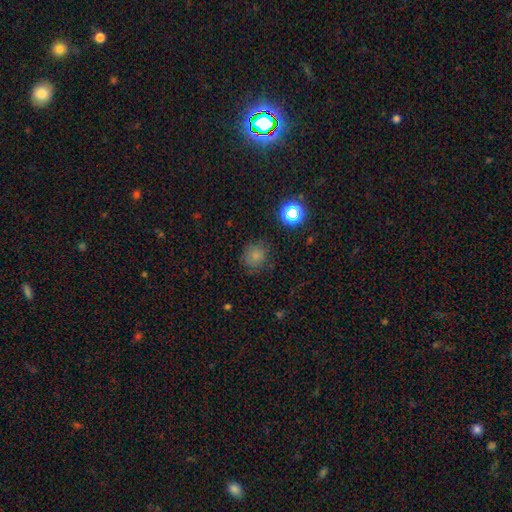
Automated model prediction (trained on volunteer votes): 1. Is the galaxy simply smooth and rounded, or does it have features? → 75% smooth, 18% star or artifact, 6% featured or disk.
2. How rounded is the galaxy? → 83% round, 16% in between, 1% cigar-shaped.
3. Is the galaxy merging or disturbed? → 79% none, 15% minor disturbance, 5% major disturbance, 2% merger.